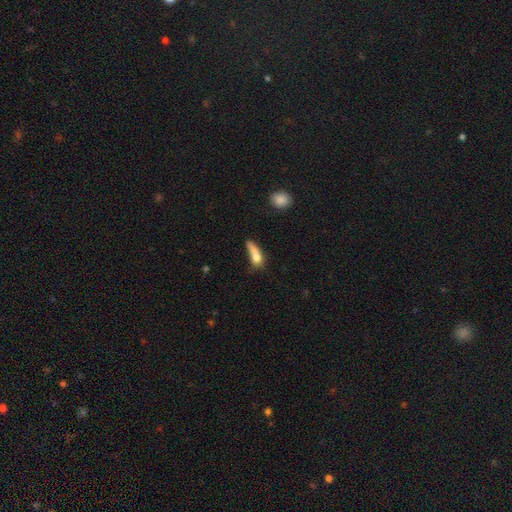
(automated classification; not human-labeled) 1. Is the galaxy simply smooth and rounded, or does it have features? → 69% smooth, 21% featured or disk, 10% star or artifact.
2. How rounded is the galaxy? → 50% in between, 39% cigar-shaped, 11% round.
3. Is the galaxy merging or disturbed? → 33% major disturbance, 27% none, 24% minor disturbance, 16% merger.